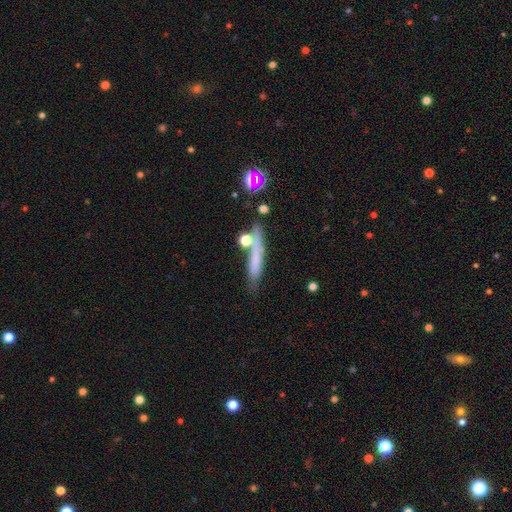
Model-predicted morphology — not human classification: A smooth galaxy with no disk features (57%) that is cigar-shaped (84%).

Vote fractions:
- Smooth or featured? smooth: 57% / featured or disk: 30% / star or artifact: 13%
- How rounded? cigar-shaped: 84% / in between: 10% / round: 6%
- Merging? none: 64% / minor disturbance: 18% / merger: 11% / major disturbance: 7%